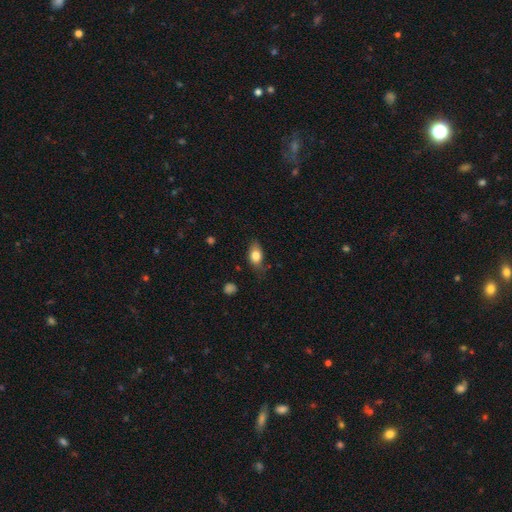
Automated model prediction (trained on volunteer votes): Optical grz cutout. It shows a smooth galaxy with no disk features (80%) that is in between round and cigar-shaped (84%). Merging: none (65%).